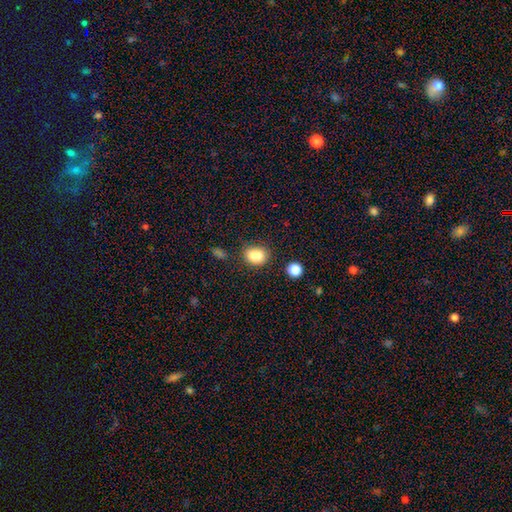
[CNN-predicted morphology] Q: Smooth or featured?
A: smooth (82%); runner-up: star or artifact (10%)
Q: How rounded?
A: in between (56%); runner-up: round (43%)
Q: Merging?
A: none (60%); runner-up: minor disturbance (18%)